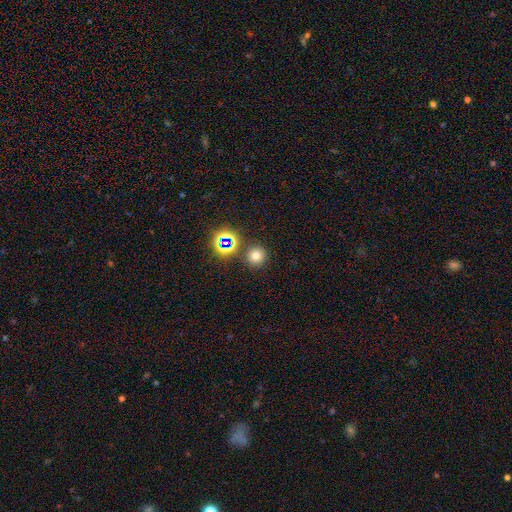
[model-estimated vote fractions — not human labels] The model was most divided on "smooth or featured": smooth: 69%, star or artifact: 23%, featured or disk: 8%. More confident: how rounded — round (93%); merging — none (84%).